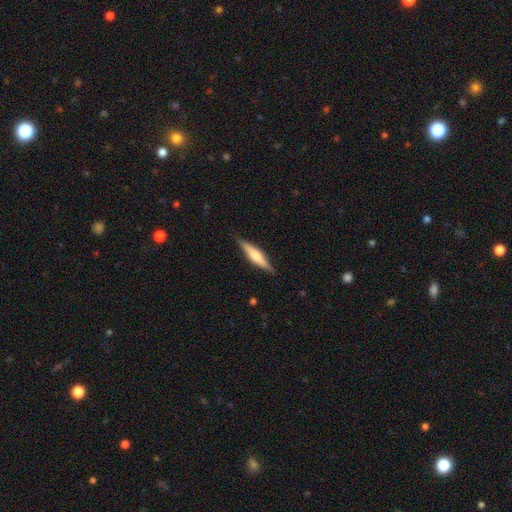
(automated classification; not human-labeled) A featured or disk galaxy (51%) viewed edge-on (96%).

Vote fractions:
- Smooth or featured? featured or disk: 51% / smooth: 43% / star or artifact: 6%
- Edge-on disk? yes: 96% / no: 4%
- Merging? none: 88% / minor disturbance: 9% / major disturbance: 2% / merger: 1%